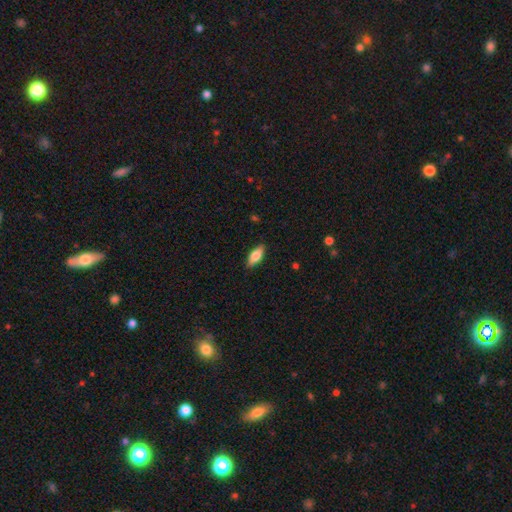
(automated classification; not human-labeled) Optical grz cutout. It shows a smooth galaxy with no disk features (74%) that is in between round and cigar-shaped (77%). Merging: none (87%).